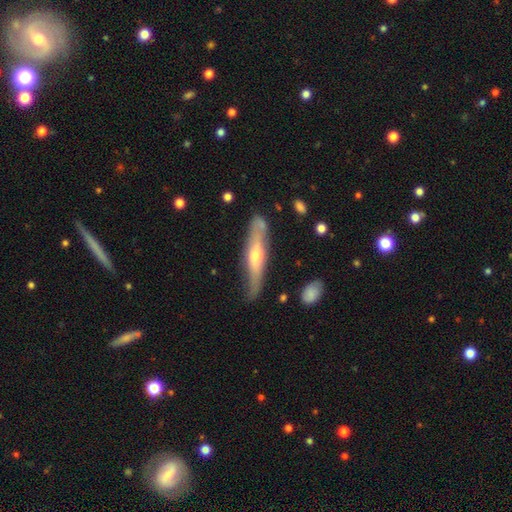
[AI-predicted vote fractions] Smooth or featured?
  - featured or disk: 59% *
  - smooth: 35%
  - star or artifact: 5%
Edge-on disk?
  - yes: 81% *
  - no: 19%
Merging?
  - none: 67% *
  - minor disturbance: 23%
  - major disturbance: 6%
  - merger: 4%